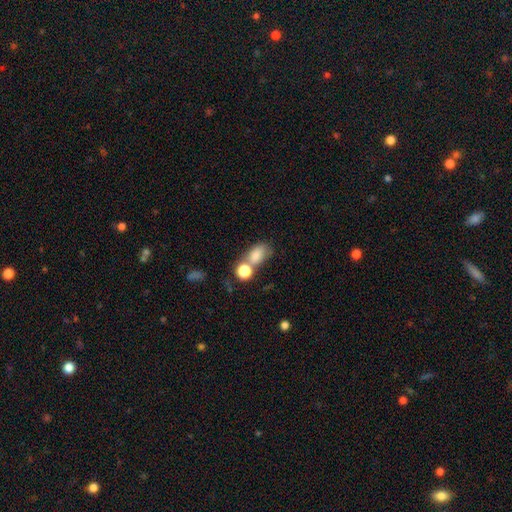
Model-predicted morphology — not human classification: This appears to be a smooth galaxy with no disk features (79%) that is in between round and cigar-shaped (77%). Merging: merger (45%).